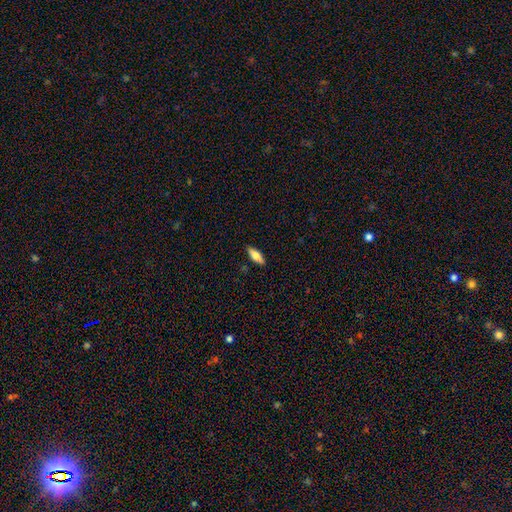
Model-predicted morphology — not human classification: A smooth galaxy with no disk features (70%) that is in between round and cigar-shaped (66%).

Vote fractions:
- Smooth or featured? smooth: 70% / featured or disk: 23% / star or artifact: 6%
- How rounded? in between: 66% / cigar-shaped: 32% / round: 2%
- Merging? none: 87% / minor disturbance: 10% / major disturbance: 2% / merger: 1%